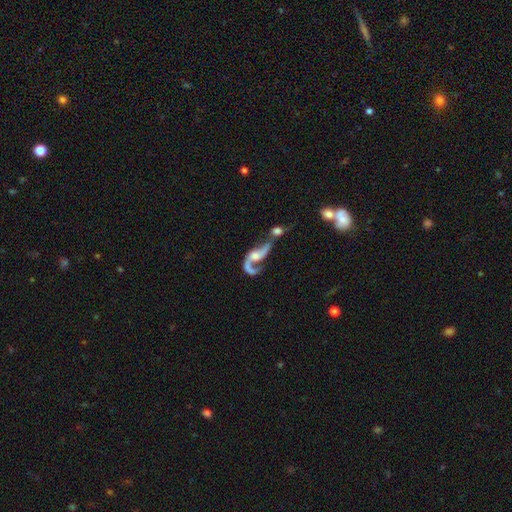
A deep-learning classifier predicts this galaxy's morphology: A featured or disk galaxy (80%) with no bar (59%), 2 (69%) loose (81%) spiral arms (89%) and a moderate central bulge (42%).

Vote fractions:
- Smooth or featured? featured or disk: 80% / smooth: 13% / star or artifact: 7%
- Edge-on disk? no: 94% / yes: 6%
- Bar? no: 59% / weak: 31% / strong: 10%
- Spiral arms? yes: 89% / no: 11%
- Spiral winding? loose: 81% / medium: 16% / tight: 4%
- Spiral arm count? 2: 69% / 1: 25% / can't tell: 3% / 3: 1% / 4: 1% / more than 4: 1%
- Bulge size? moderate: 42% / small: 28% / none: 18% / large: 10% / dominant: 2%
- Merging? merger: 57% / major disturbance: 18% / none: 17% / minor disturbance: 8%